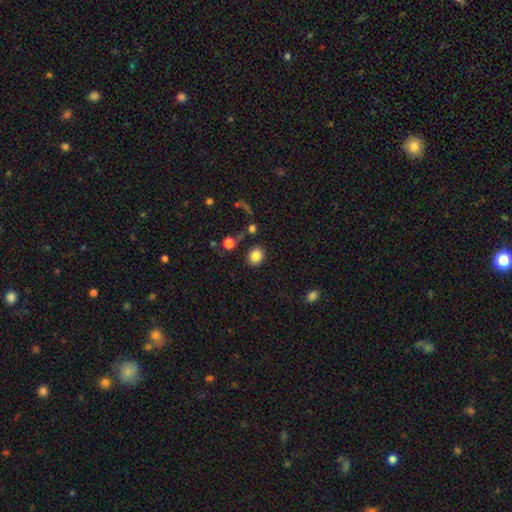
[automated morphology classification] Overall: smooth (84%). How rounded: round (81%). Merging: none (85%).